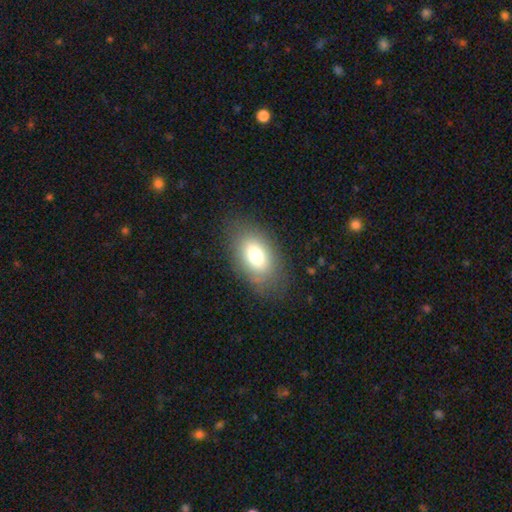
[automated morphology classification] Smooth or featured: smooth — 73% (featured or disk — 17%)
How rounded: in between — 86% (round — 12%)
Merging: none — 79% (minor disturbance — 13%)